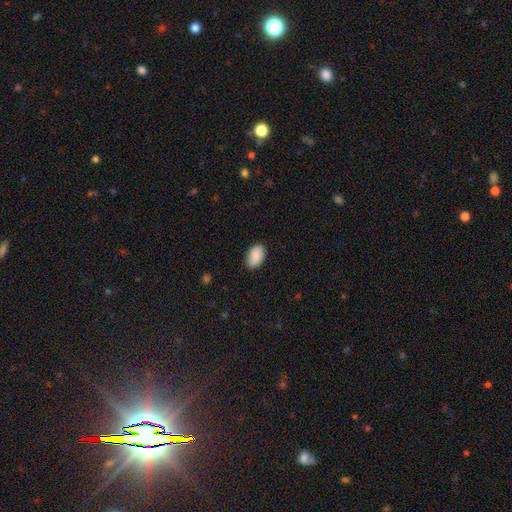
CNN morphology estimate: smooth_or_featured: smooth (p=0.90) [alt: star or artifact p=0.06]
how_rounded: in between (p=0.91) [alt: round p=0.08]
merging: none (p=0.84) [alt: minor disturbance p=0.12]